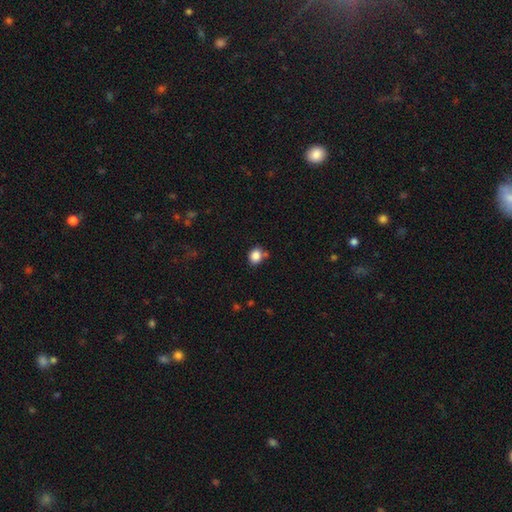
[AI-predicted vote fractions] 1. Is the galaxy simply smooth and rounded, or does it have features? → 86% smooth, 10% star or artifact, 4% featured or disk.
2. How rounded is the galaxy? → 60% round, 39% in between, 1% cigar-shaped.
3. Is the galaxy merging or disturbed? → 72% none, 14% minor disturbance, 10% merger, 4% major disturbance.